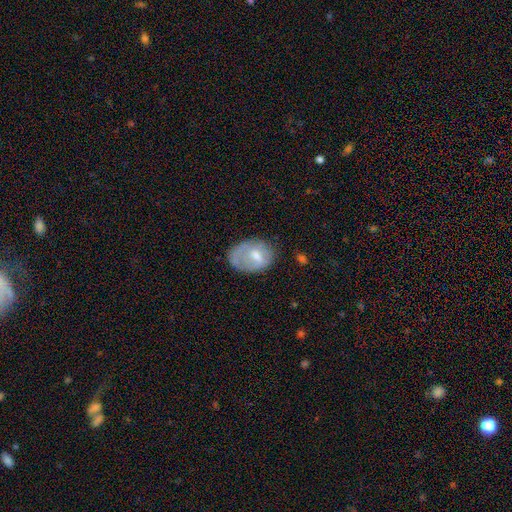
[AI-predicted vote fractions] This is possibly a smooth galaxy (52%). How rounded: likely in between (79%). Merging: possibly none (45%).